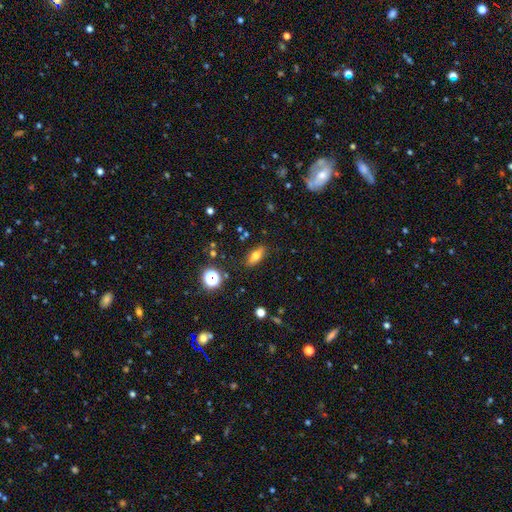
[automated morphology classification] This appears to be a smooth galaxy with no disk features (62%) that is in between round and cigar-shaped (65%). Merging: none (85%).